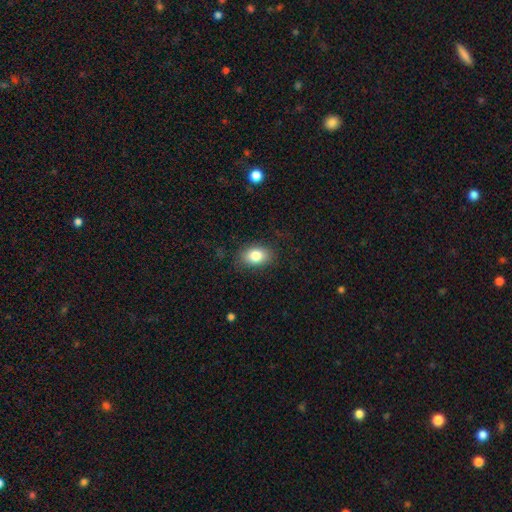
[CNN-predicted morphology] Overall: smooth (82%). How rounded: in between (81%). Merging: none (84%).